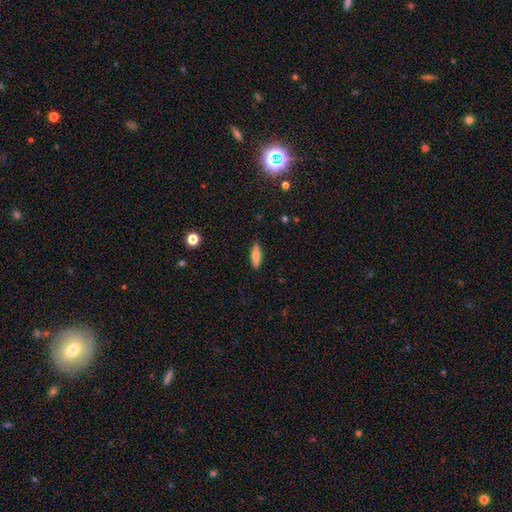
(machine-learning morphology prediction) Smooth or featured? Predicted: smooth (p=0.71). How rounded? Predicted: in between (p=0.51). Merging? Predicted: none (p=0.89).